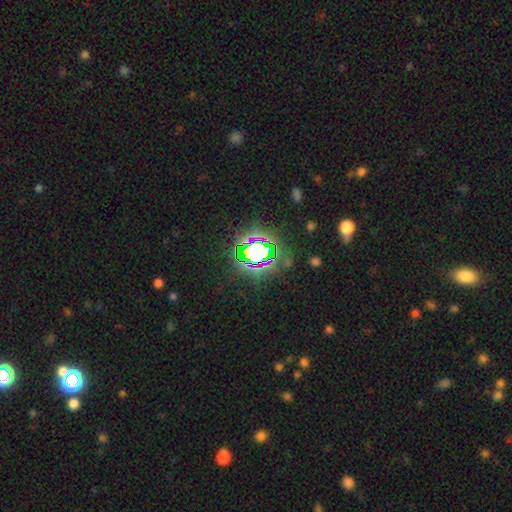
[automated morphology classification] Smooth or featured? Predicted: star or artifact (p=0.69).